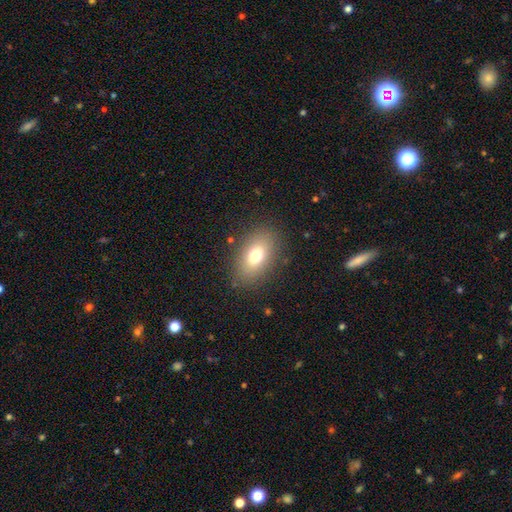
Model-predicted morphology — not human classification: Q: Smooth or featured?
A: smooth (74%); runner-up: featured or disk (16%)
Q: How rounded?
A: in between (87%); runner-up: round (10%)
Q: Merging?
A: none (85%); runner-up: minor disturbance (10%)